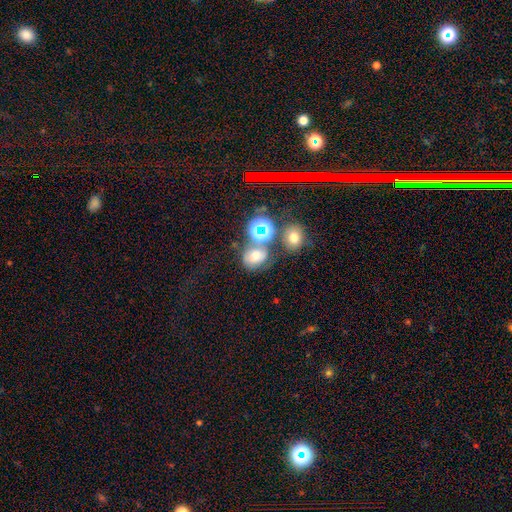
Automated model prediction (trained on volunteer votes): The model was most divided on "how rounded": round: 50%, in between: 48%, cigar-shaped: 1%. Remaining: smooth or featured — smooth (53%); merging — none (47%).